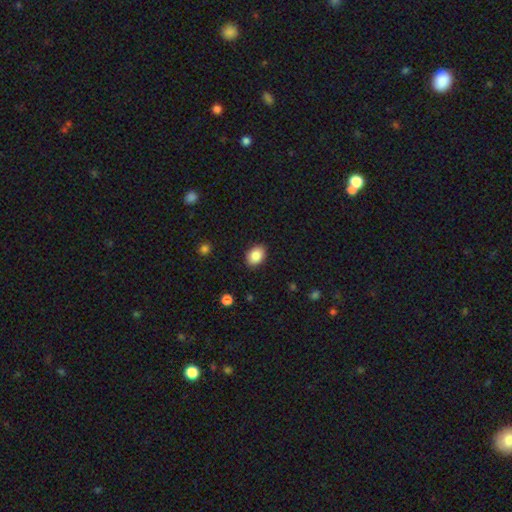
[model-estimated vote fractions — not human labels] smooth_or_featured: smooth (p=0.87) [alt: star or artifact p=0.08]
how_rounded: in between (p=0.77) [alt: round p=0.22]
merging: none (p=0.88) [alt: minor disturbance p=0.09]